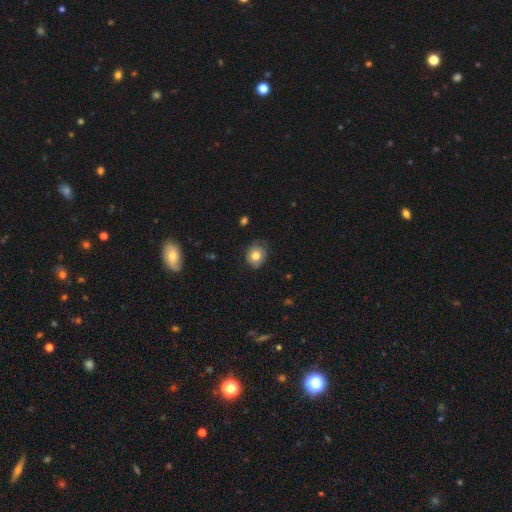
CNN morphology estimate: Smooth or featured? Predicted: smooth (p=0.77). How rounded? Predicted: round (p=0.66). Merging? Predicted: none (p=0.73).